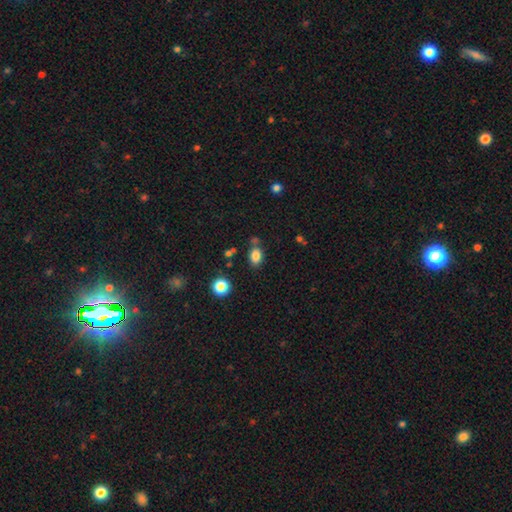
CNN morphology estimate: smooth_or_featured: smooth (p=0.83) [alt: star or artifact p=0.12]
how_rounded: in between (p=0.73) [alt: round p=0.26]
merging: none (p=0.71) [alt: minor disturbance p=0.14]